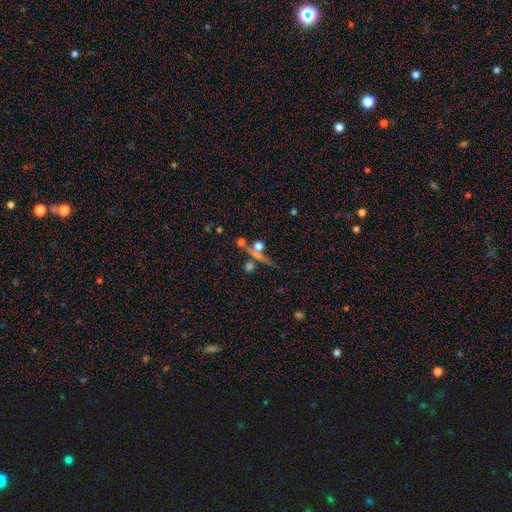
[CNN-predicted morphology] Smooth or featured? star or artifact (47%)